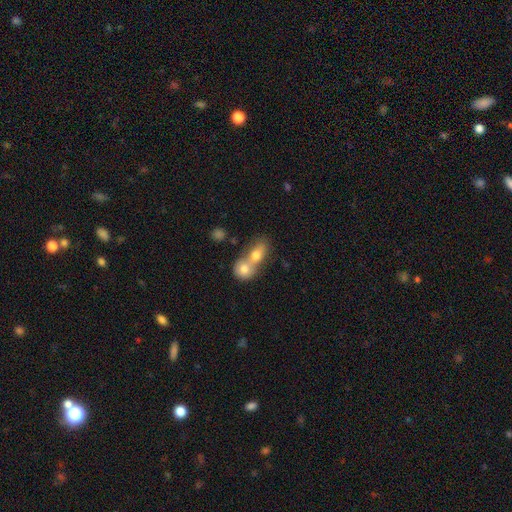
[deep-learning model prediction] This is likely a smooth galaxy (72%). How rounded: possibly in between (58%). Merging: likely merger (73%).